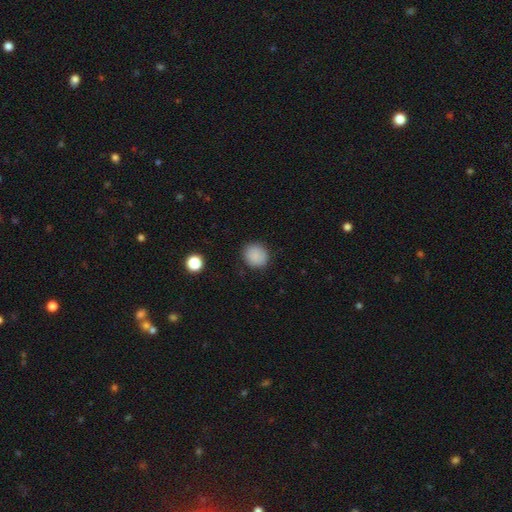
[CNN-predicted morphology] Q: Smooth or featured?
A: smooth (87%); runner-up: star or artifact (9%)
Q: How rounded?
A: round (86%); runner-up: in between (13%)
Q: Merging?
A: none (88%); runner-up: minor disturbance (8%)